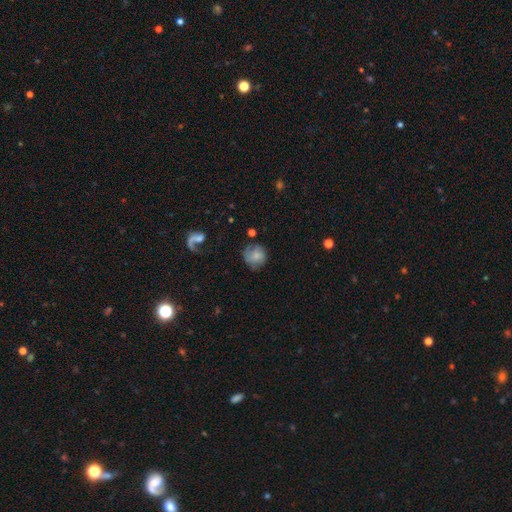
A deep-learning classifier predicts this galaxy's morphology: This appears to be a smooth galaxy with no disk features (69%) that is round (84%). Merging: none (61%).